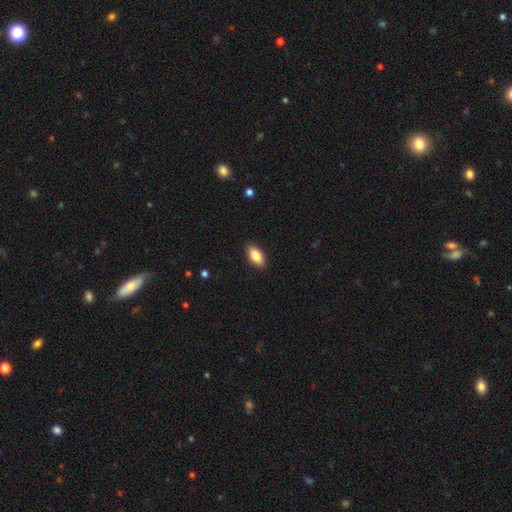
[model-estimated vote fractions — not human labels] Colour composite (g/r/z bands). It shows a smooth galaxy with no disk features (85%) that is in between round and cigar-shaped (90%). Merging: none (89%).